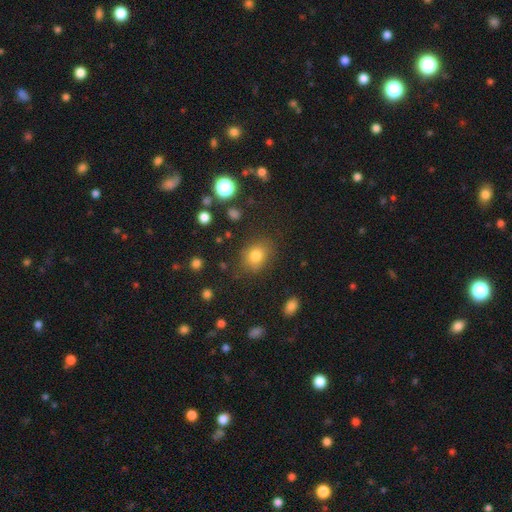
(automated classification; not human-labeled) Smooth or featured?
  - smooth: 79% *
  - star or artifact: 13%
  - featured or disk: 8%
How rounded?
  - round: 53% *
  - in between: 46%
  - cigar-shaped: 1%
Merging?
  - none: 81% *
  - minor disturbance: 12%
  - major disturbance: 4%
  - merger: 2%